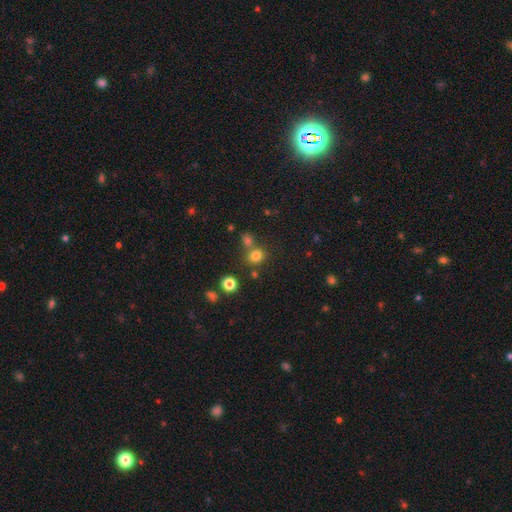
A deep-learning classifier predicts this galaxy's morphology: type=smooth (77%); roundness=round (76%); merging=none (65%).